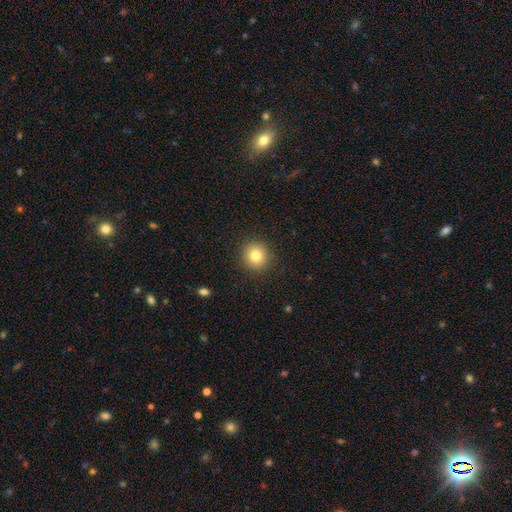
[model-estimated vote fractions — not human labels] A smooth galaxy with no disk features (80%) that is round (92%).

Vote fractions:
- Smooth or featured? smooth: 80% / star or artifact: 11% / featured or disk: 9%
- How rounded? round: 92% / in between: 8% / cigar-shaped: 1%
- Merging? none: 91% / minor disturbance: 6% / major disturbance: 2% / merger: 1%